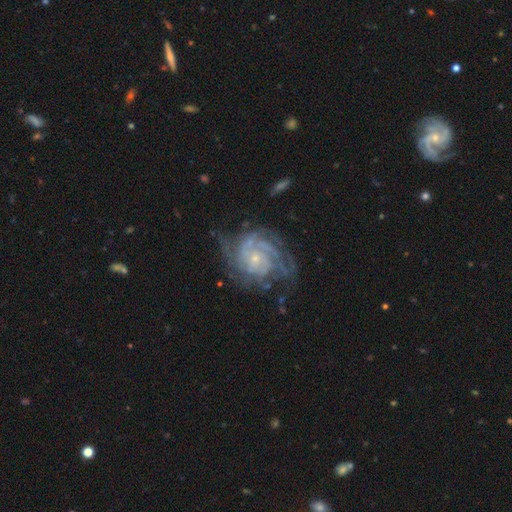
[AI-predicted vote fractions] A featured or disk galaxy (86%) with no bar (73%), tight (68%) spiral arms (96%) and a small central bulge (74%).

Vote fractions:
- Smooth or featured? featured or disk: 86% / star or artifact: 7% / smooth: 7%
- Edge-on disk? no: 97% / yes: 3%
- Bar? no: 73% / weak: 22% / strong: 5%
- Spiral arms? yes: 96% / no: 4%
- Spiral winding? tight: 68% / medium: 26% / loose: 5%
- Spiral arm count? can't tell: 30% / 3: 19% / 2: 18% / 4: 17% / more than 4: 8% / 1: 6%
- Bulge size? small: 74% / moderate: 20% / none: 3% / large: 1% / dominant: 1%
- Merging? none: 63% / minor disturbance: 21% / major disturbance: 14% / merger: 2%